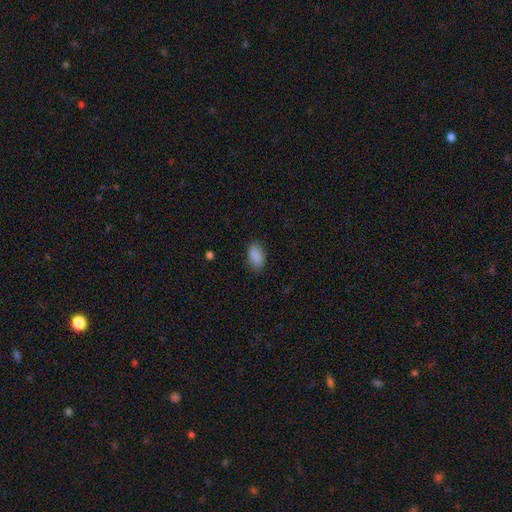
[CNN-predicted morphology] type=smooth (89%); roundness=in between (93%); merging=none (83%).